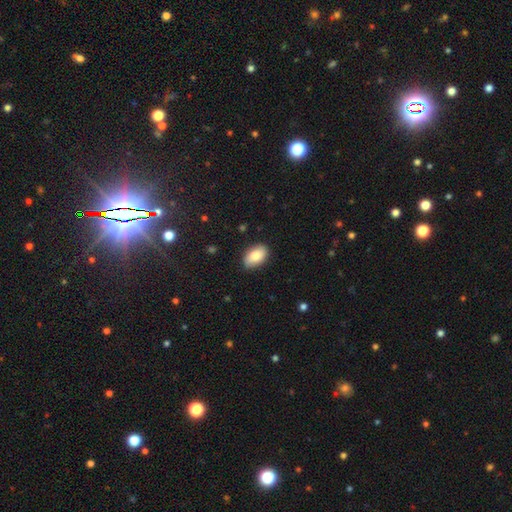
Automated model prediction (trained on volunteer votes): This is clearly a smooth galaxy (84%). How rounded: clearly in between (93%). Merging: clearly none (85%).